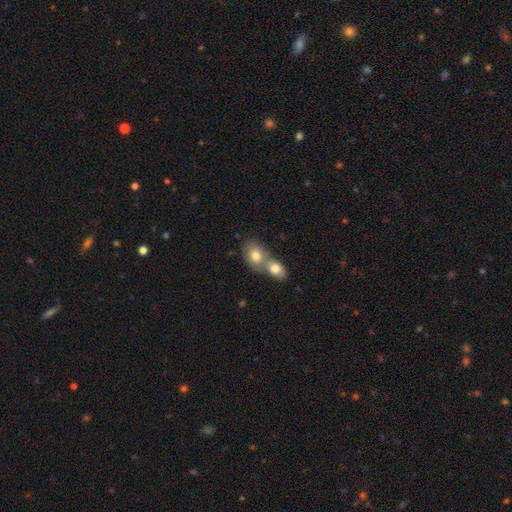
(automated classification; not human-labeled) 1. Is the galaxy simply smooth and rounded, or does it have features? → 77% smooth, 15% featured or disk, 8% star or artifact.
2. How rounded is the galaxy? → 69% in between, 29% round, 2% cigar-shaped.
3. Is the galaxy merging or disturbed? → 69% merger, 23% none, 6% minor disturbance, 2% major disturbance.